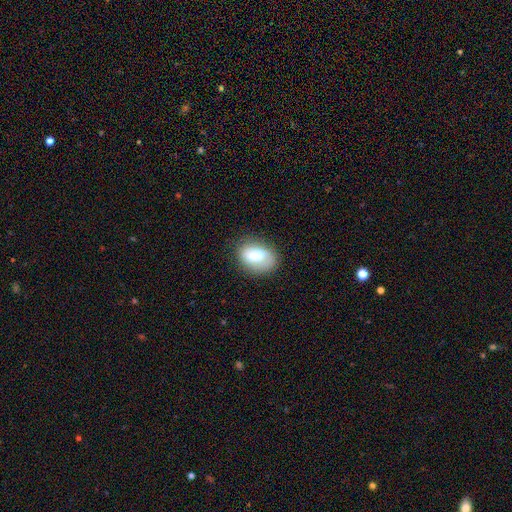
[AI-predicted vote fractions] This appears to be a smooth galaxy with no disk features (67%) that is in between round and cigar-shaped (79%). Merging: none (74%).